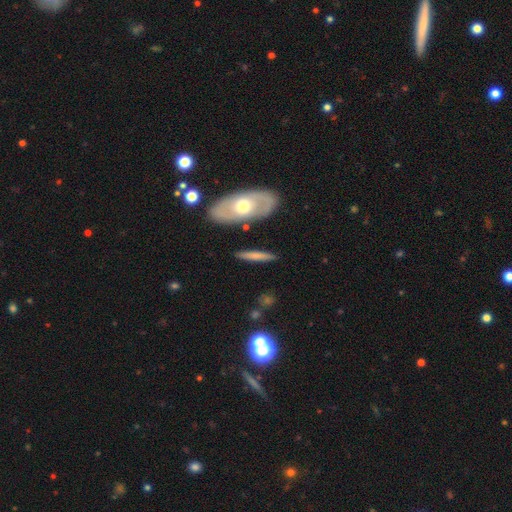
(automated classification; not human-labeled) smooth-or-featured: smooth: 58% | featured or disk: 36% | star or artifact: 6%
  how-rounded: cigar-shaped: 85% | in between: 12% | round: 3%
  merging: none: 85% | minor disturbance: 9% | merger: 4% | major disturbance: 2%